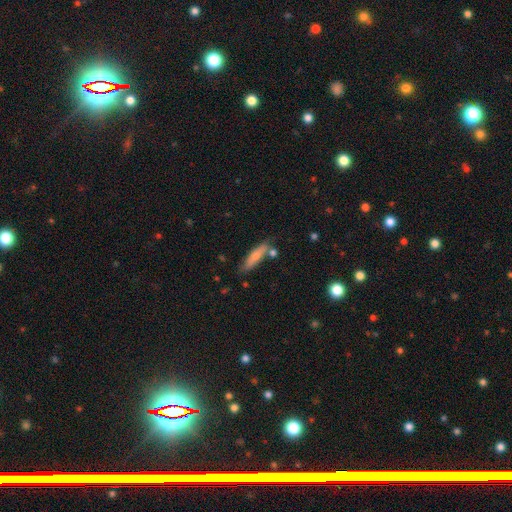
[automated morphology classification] Smooth or featured? smooth (71%)
How rounded? cigar-shaped (76%)
Merging? none (71%)